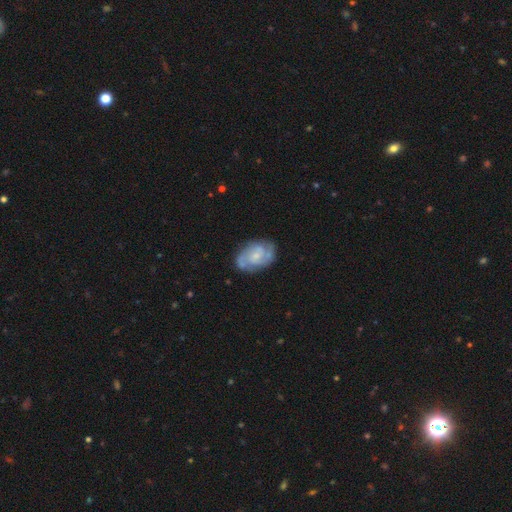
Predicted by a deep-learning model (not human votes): Smooth or featured? featured or disk (77%)
Edge-on disk? no (97%)
Bar? no (56%)
Spiral arms? yes (92%)
Spiral winding? medium (47%)
Spiral arm count? 2 (69%)
Bulge size? small (60%)
Merging? none (72%)